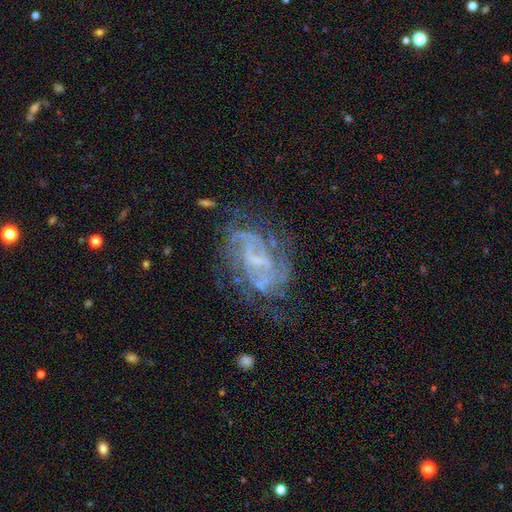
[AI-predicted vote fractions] smooth-or-featured: featured or disk: 75% | star or artifact: 14% | smooth: 11%
  disk-edge-on: no: 96% | yes: 4%
    bar: weak: 43% | no: 37% | strong: 20%
    has-spiral-arms: yes: 82% | no: 18%
      spiral-winding: tight: 46% | medium: 39% | loose: 15%
      spiral-arm-count: can't tell: 39% | 2: 32% | 3: 13% | 4: 6% | 1: 5% | more than 4: 5%
    bulge-size: small: 47% | none: 28% | moderate: 21% | large: 3% | dominant: 1%
  merging: none: 62% | minor disturbance: 19% | major disturbance: 16% | merger: 3%